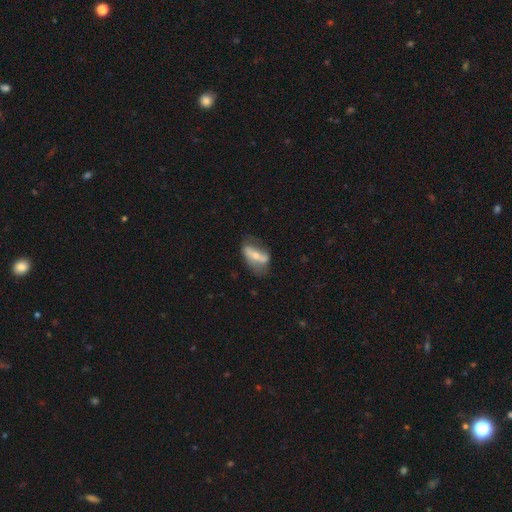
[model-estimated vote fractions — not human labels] featured or disk 60%, smooth 34%, star or artifact 7%. Down the decision tree: edge-on disk — no (79%); merging — none (53%).